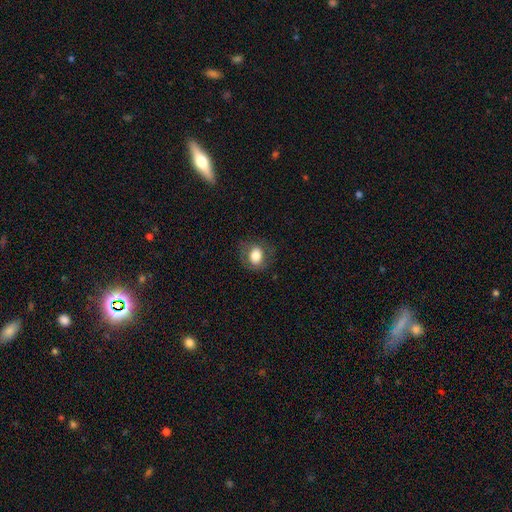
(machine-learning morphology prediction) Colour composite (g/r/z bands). It shows a smooth galaxy with no disk features (76%) that is round (55%). Merging: none (74%).